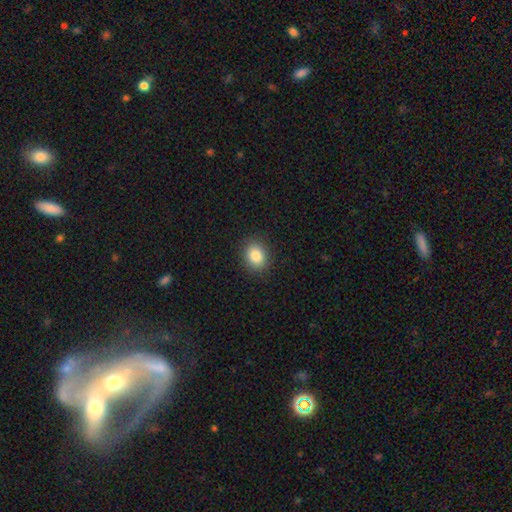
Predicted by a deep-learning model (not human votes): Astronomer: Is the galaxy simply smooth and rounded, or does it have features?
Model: smooth — 84%.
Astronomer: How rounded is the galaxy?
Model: round — 55% (runner-up: in between, 44%).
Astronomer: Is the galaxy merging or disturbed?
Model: none — 89%.